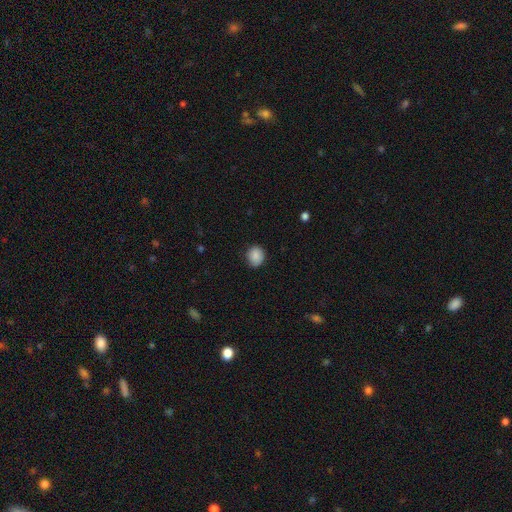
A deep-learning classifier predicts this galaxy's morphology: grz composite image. It shows a smooth galaxy with no disk features (87%) that is round (72%). Merging: none (80%).